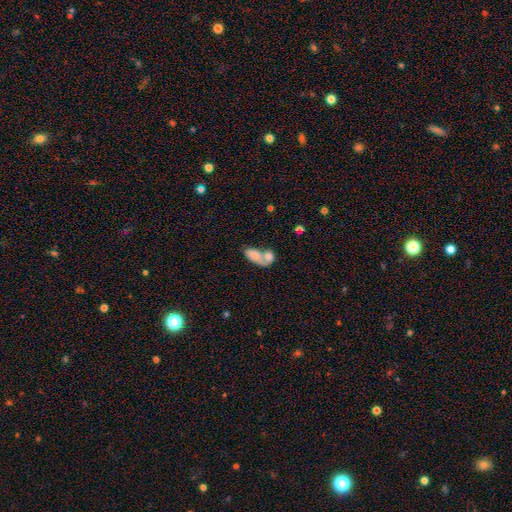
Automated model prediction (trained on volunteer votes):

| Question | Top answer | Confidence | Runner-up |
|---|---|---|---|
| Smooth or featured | smooth | 70% | featured or disk (22%) |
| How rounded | in between | 86% | round (9%) |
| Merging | merger | 68% | none (17%) |